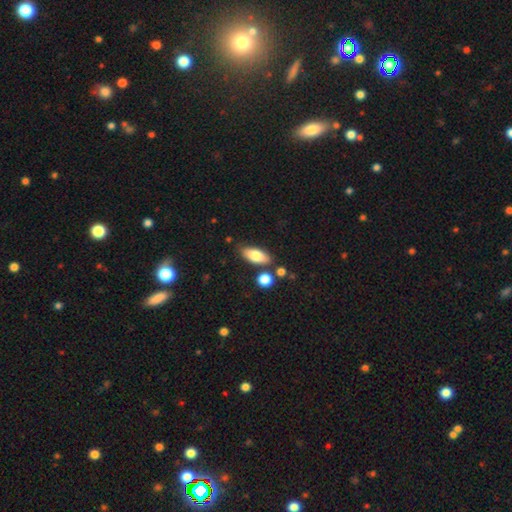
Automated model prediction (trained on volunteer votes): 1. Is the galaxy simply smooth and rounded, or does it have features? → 77% smooth, 16% featured or disk, 7% star or artifact.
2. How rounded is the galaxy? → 79% in between, 17% cigar-shaped, 4% round.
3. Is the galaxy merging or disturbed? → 76% none, 13% minor disturbance, 8% merger, 3% major disturbance.